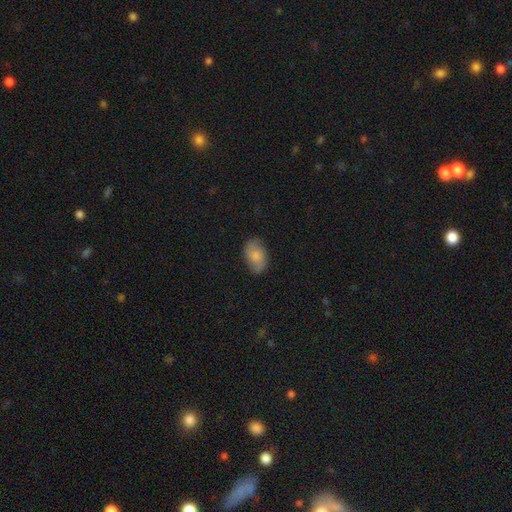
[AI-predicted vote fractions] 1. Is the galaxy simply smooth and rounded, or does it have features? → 66% smooth, 26% featured or disk, 8% star or artifact.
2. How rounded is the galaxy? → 88% in between, 11% round, 1% cigar-shaped.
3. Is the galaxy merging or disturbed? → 74% none, 20% minor disturbance, 5% major disturbance, 1% merger.